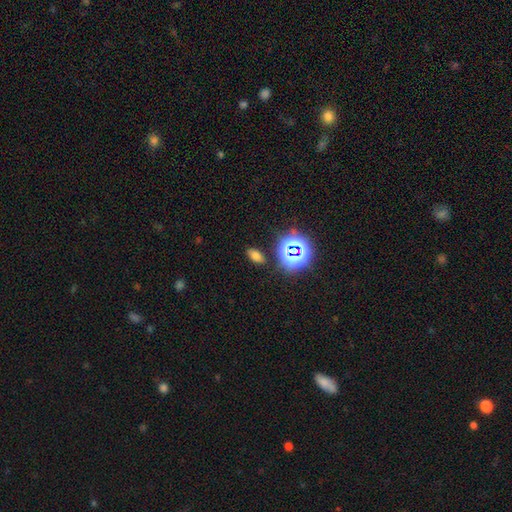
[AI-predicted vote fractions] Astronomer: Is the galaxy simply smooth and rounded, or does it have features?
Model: smooth — 66%.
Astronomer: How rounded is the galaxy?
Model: in between — 85%.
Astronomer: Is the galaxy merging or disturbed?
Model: none — 86%.